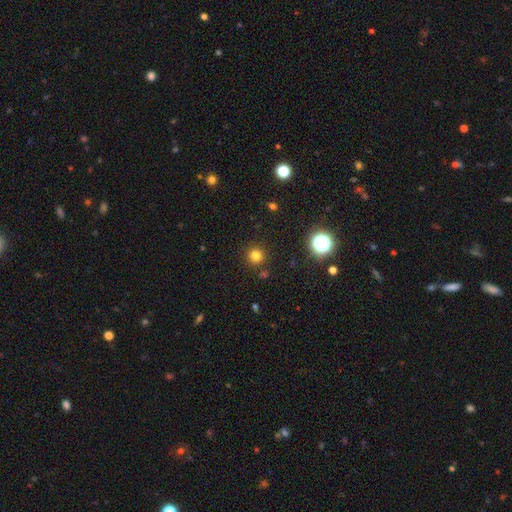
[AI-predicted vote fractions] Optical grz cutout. It shows a smooth galaxy with no disk features (78%) that is round (95%). Merging: none (90%).